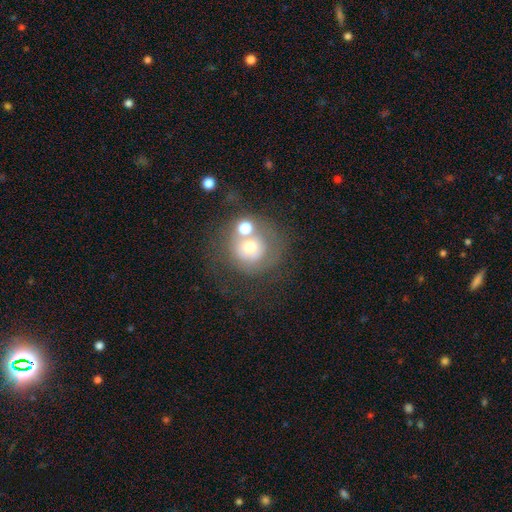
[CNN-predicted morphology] Overall: smooth (49%; featured or disk 38%). Merging: none (49%; merger 24%).